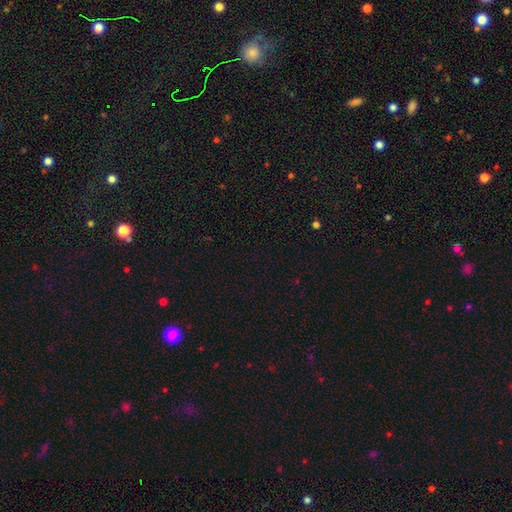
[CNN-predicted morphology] Q: Smooth or featured?
A: star or artifact (70%); runner-up: smooth (23%)